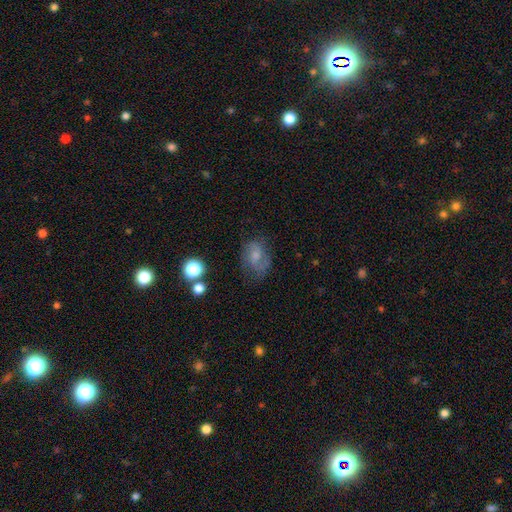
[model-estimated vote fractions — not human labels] Smooth or featured? featured or disk (49%)
Merging? none (59%)